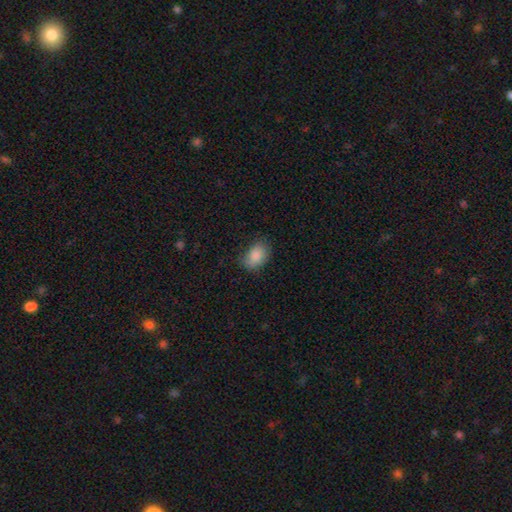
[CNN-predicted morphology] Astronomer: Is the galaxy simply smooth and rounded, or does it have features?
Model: smooth — 87%.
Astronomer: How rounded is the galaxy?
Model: in between — 81%.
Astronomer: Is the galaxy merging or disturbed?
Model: none — 68%.